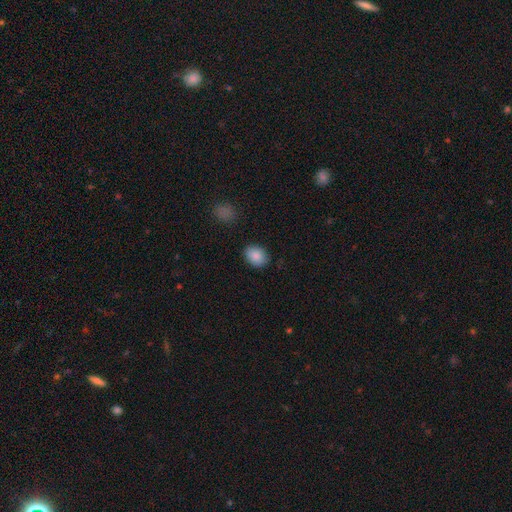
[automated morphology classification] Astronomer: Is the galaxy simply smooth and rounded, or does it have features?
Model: smooth — 87%.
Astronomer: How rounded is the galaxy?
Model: in between — 66%.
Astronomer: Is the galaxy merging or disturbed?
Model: none — 86%.